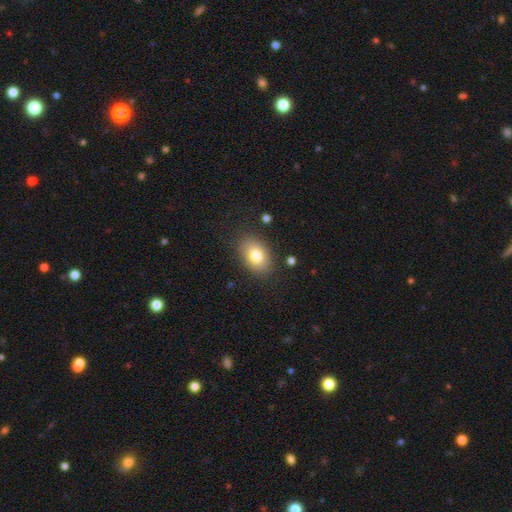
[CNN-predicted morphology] type=smooth (79%); roundness=in between (83%); merging=none (84%).